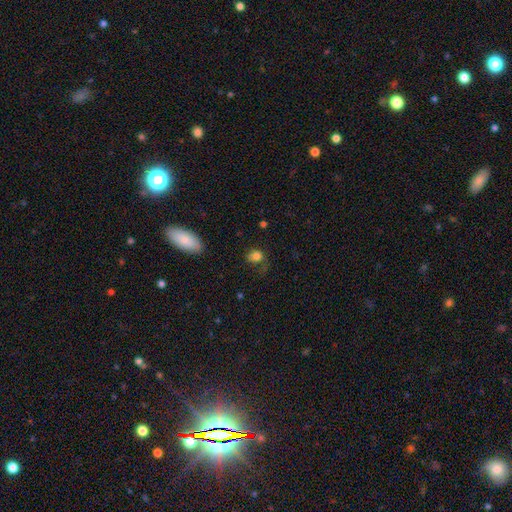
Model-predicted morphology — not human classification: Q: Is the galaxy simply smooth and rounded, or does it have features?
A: smooth — 80%.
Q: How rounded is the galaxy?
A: round — 60%.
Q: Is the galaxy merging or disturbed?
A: none — 50%.